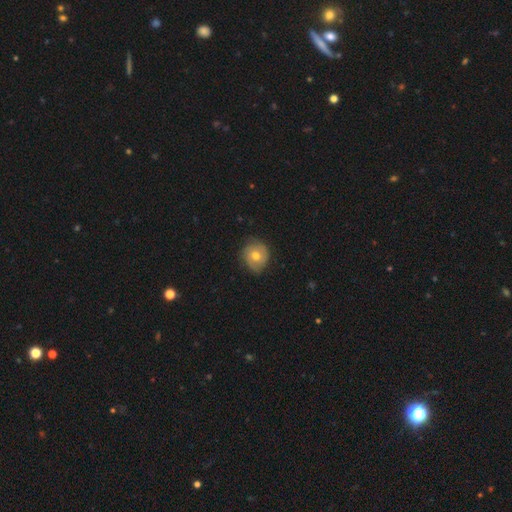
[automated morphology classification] Smooth or featured? smooth (60%)
How rounded? round (81%)
Merging? none (70%)